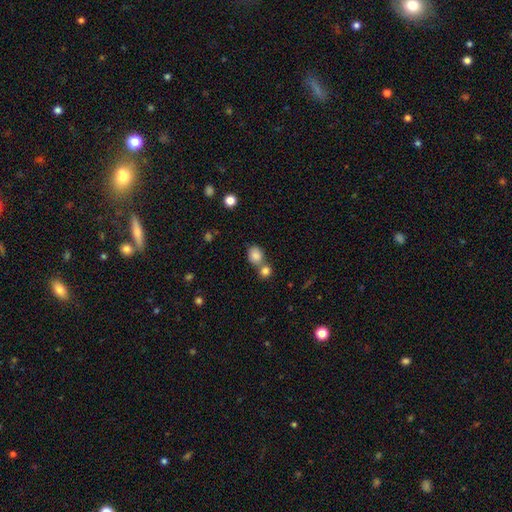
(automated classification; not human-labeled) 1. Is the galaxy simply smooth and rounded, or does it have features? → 84% smooth, 10% star or artifact, 6% featured or disk.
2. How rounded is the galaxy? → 64% round, 35% in between, 1% cigar-shaped.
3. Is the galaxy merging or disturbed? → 49% none, 39% merger, 9% minor disturbance, 3% major disturbance.